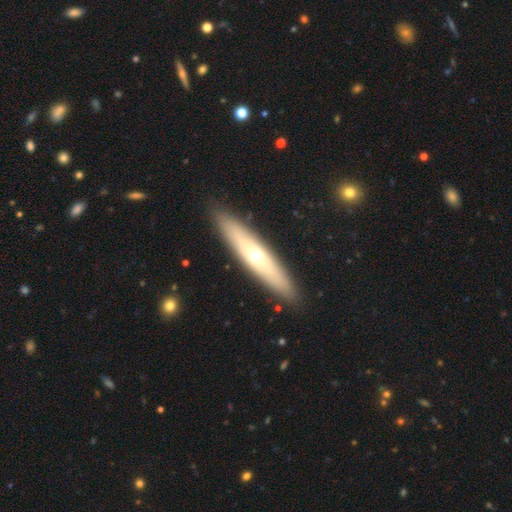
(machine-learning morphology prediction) A featured or disk galaxy (52%) viewed edge-on (76%).

Vote fractions:
- Smooth or featured? featured or disk: 52% / smooth: 42% / star or artifact: 6%
- Edge-on disk? yes: 76% / no: 24%
- Merging? none: 90% / minor disturbance: 7% / major disturbance: 2% / merger: 1%